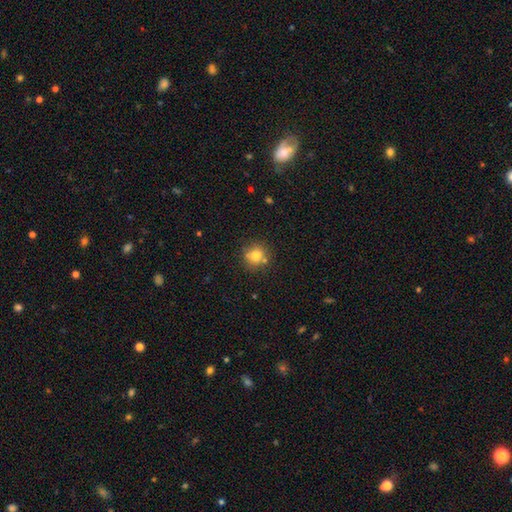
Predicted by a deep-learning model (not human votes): This appears to be a smooth galaxy with no disk features (76%) that is round (90%). Merging: none (74%).